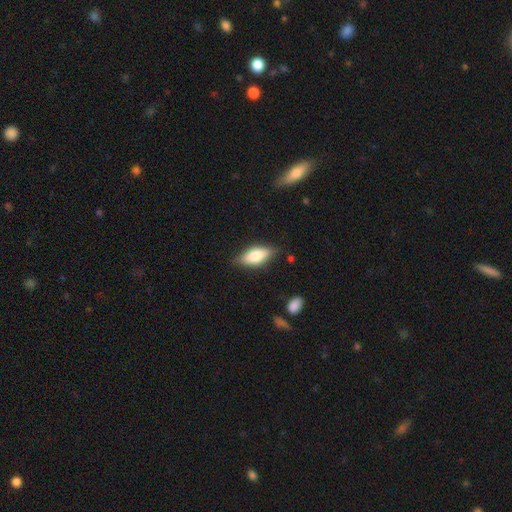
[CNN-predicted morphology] Smooth or featured: smooth — 70% (featured or disk — 23%)
How rounded: in between — 78% (cigar-shaped — 19%)
Merging: none — 80% (minor disturbance — 15%)